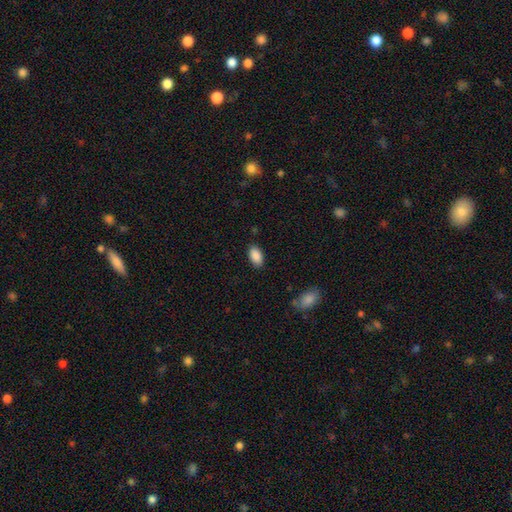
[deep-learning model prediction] This is clearly a smooth galaxy (89%). How rounded: clearly in between (94%). Merging: clearly none (86%).